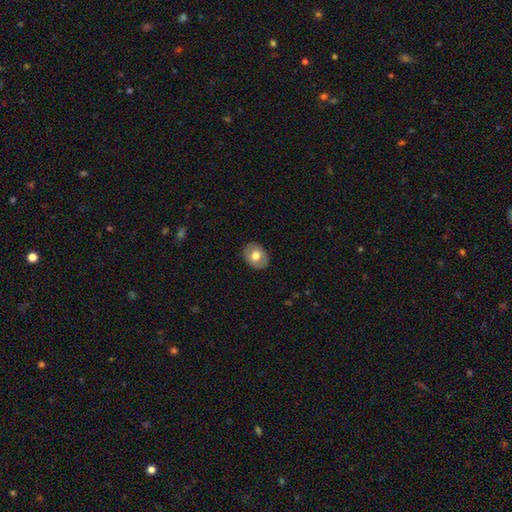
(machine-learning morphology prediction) smooth-or-featured: smooth: 65% | featured or disk: 29% | star or artifact: 7%
  how-rounded: in between: 60% | round: 39% | cigar-shaped: 1%
  merging: none: 85% | minor disturbance: 11% | major disturbance: 3% | merger: 1%